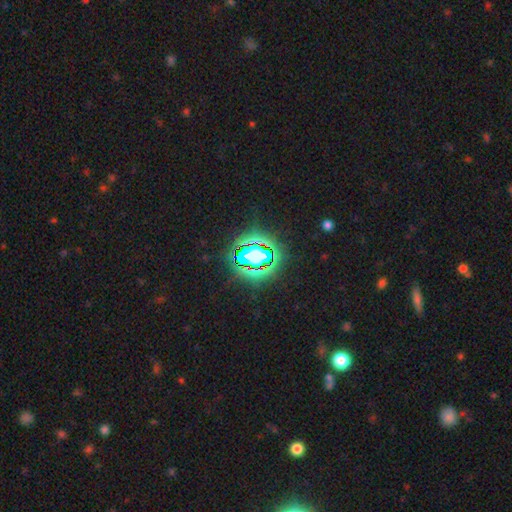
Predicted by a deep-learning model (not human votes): smooth-or-featured: star or artifact: 77% | smooth: 14% | featured or disk: 9%